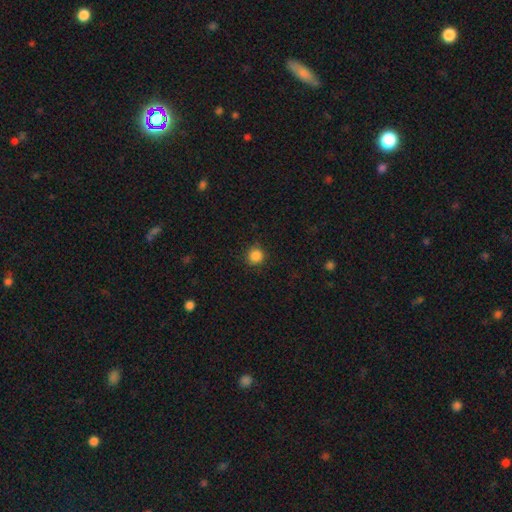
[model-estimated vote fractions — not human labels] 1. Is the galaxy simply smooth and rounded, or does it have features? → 86% smooth, 11% star or artifact, 3% featured or disk.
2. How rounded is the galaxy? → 94% round, 5% in between, 1% cigar-shaped.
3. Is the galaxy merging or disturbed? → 89% none, 8% minor disturbance, 2% major disturbance, 1% merger.